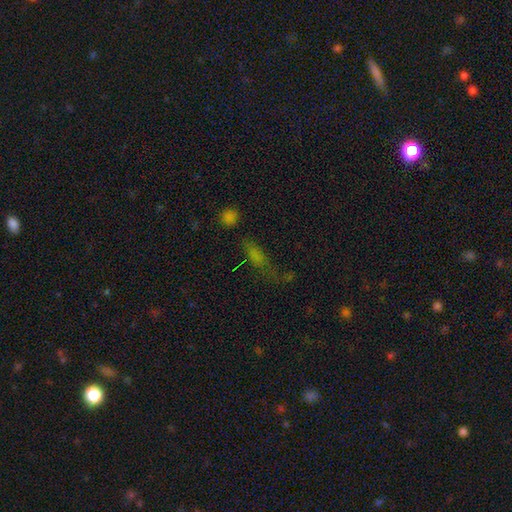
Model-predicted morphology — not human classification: Smooth or featured?
  - smooth: 56% *
  - star or artifact: 28%
  - featured or disk: 16%
How rounded?
  - cigar-shaped: 47% *
  - in between: 45%
  - round: 8%
Merging?
  - none: 51% *
  - minor disturbance: 23%
  - major disturbance: 18%
  - merger: 8%